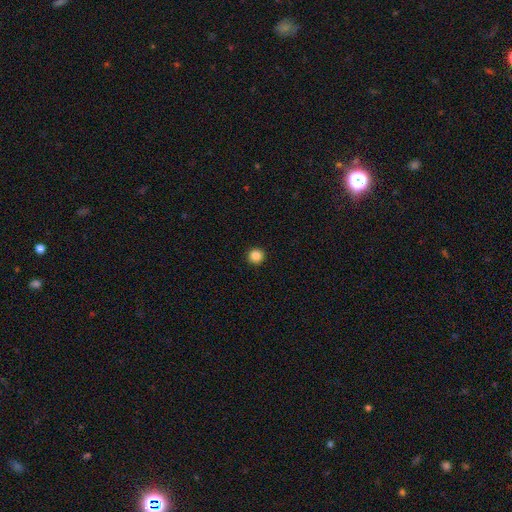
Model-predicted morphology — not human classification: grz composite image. It shows a smooth galaxy with no disk features (86%) that is round (96%). Merging: none (94%).